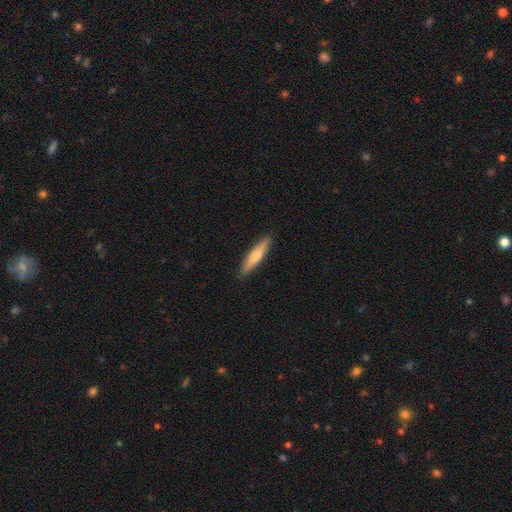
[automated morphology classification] Smooth or featured: smooth — 55% (featured or disk — 40%)
How rounded: cigar-shaped — 86% (in between — 13%)
Merging: none — 91% (minor disturbance — 7%)